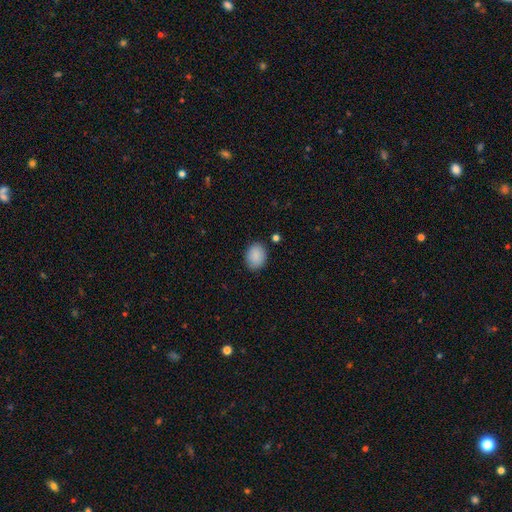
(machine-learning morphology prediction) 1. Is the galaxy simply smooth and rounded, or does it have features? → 89% smooth, 7% star or artifact, 4% featured or disk.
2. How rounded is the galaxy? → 61% in between, 38% round, 1% cigar-shaped.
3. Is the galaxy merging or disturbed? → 84% none, 11% minor disturbance, 3% major disturbance, 2% merger.